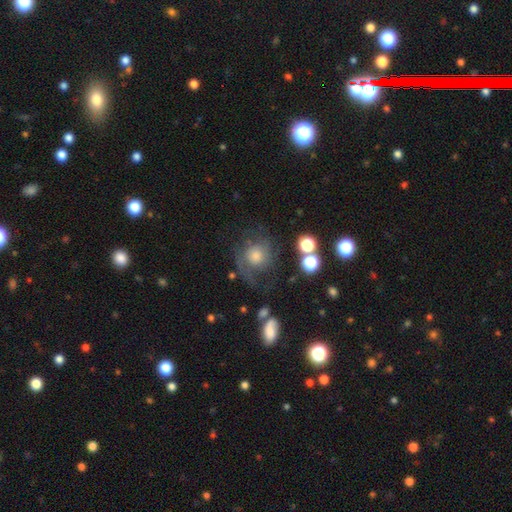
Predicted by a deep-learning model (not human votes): A featured or disk galaxy (55%) with no bar (79%), spiral arms (83%) and a moderate central bulge (46%).

Vote fractions:
- Smooth or featured? featured or disk: 55% / smooth: 32% / star or artifact: 13%
- Edge-on disk? no: 97% / yes: 3%
- Bar? no: 79% / weak: 18% / strong: 3%
- Spiral arms? yes: 83% / no: 17%
- Bulge size? moderate: 46% / large: 22% / small: 21% / none: 7% / dominant: 4%
- Merging? none: 57% / major disturbance: 21% / minor disturbance: 18% / merger: 4%